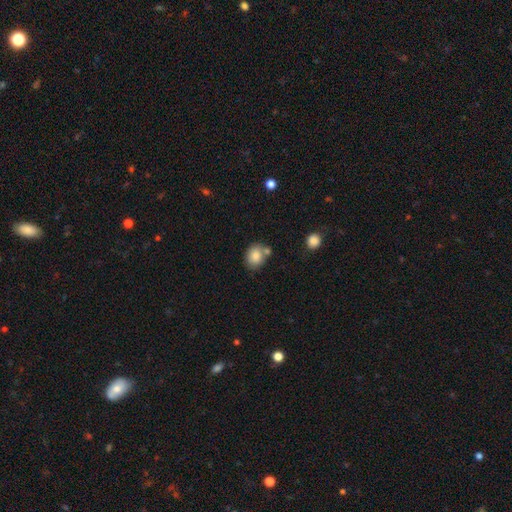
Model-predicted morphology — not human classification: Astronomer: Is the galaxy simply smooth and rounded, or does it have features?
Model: smooth — 83%.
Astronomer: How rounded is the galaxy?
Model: round — 59% (runner-up: in between, 40%).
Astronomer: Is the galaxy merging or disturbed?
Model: none — 59%.